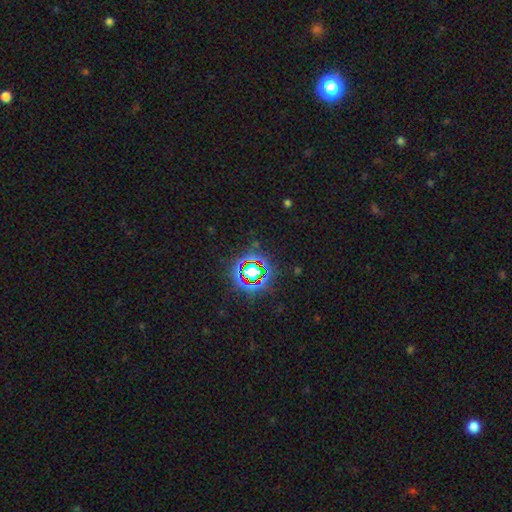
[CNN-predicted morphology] Smooth or featured: star or artifact — 79% (smooth — 13%)